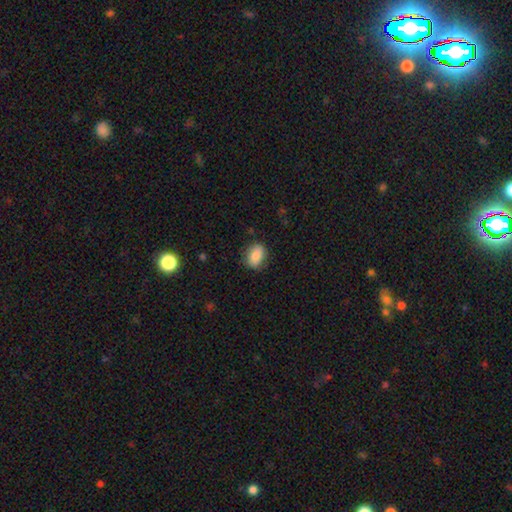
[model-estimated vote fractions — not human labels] This is clearly a smooth galaxy (83%). How rounded: likely in between (75%). Merging: clearly none (81%).